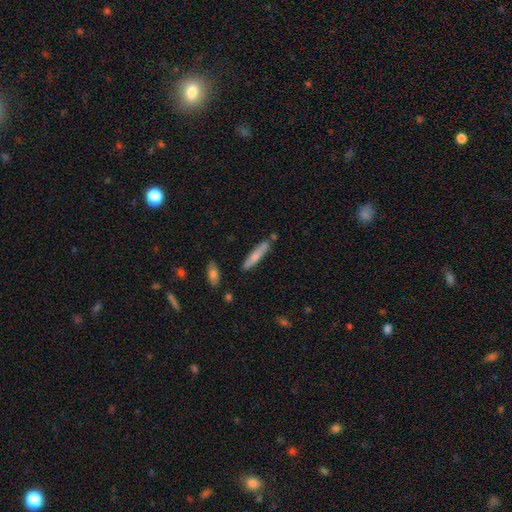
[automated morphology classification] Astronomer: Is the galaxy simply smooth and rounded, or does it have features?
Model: smooth — 67%.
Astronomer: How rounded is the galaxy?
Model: cigar-shaped — 91%.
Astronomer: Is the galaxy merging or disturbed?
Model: none — 80%.